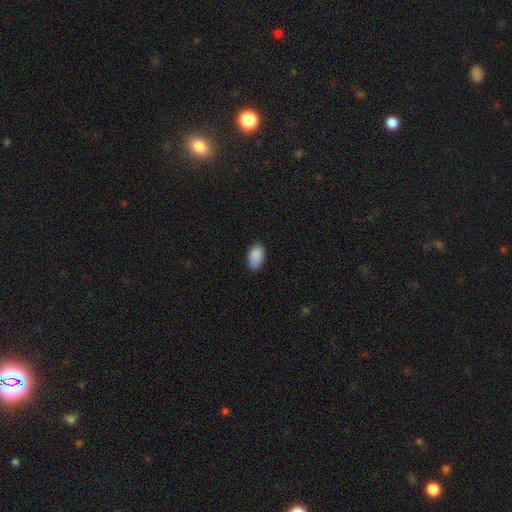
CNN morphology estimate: Smooth or featured?
  - smooth: 90% *
  - star or artifact: 7%
  - featured or disk: 3%
How rounded?
  - in between: 93% *
  - round: 6%
  - cigar-shaped: 1%
Merging?
  - none: 81% *
  - minor disturbance: 15%
  - major disturbance: 3%
  - merger: 1%